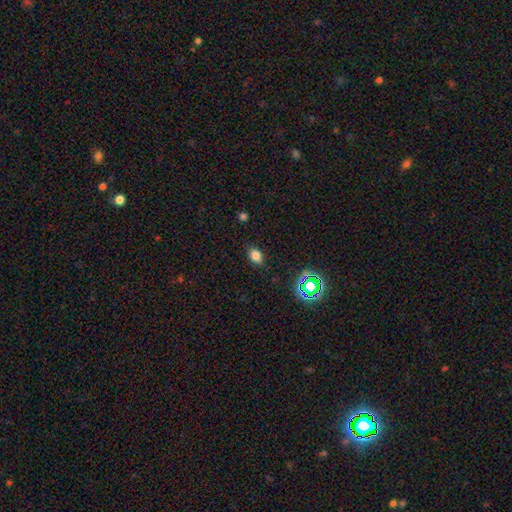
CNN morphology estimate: smooth-or-featured: smooth: 76% | star or artifact: 17% | featured or disk: 6%
  how-rounded: in between: 80% | round: 19% | cigar-shaped: 2%
  merging: none: 86% | minor disturbance: 10% | major disturbance: 3% | merger: 1%